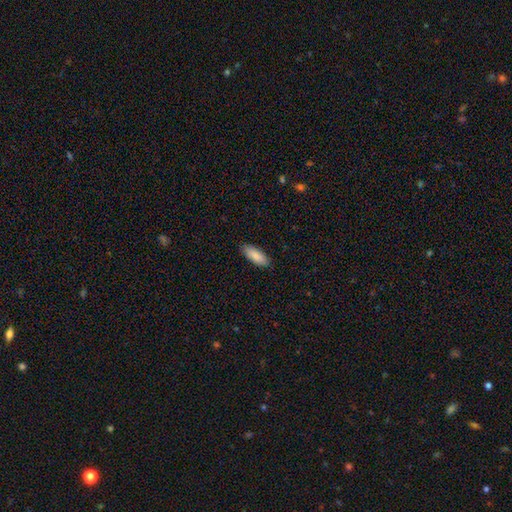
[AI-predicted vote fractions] Smooth or featured: smooth — 88% (featured or disk — 6%)
How rounded: in between — 68% (cigar-shaped — 30%)
Merging: none — 88% (minor disturbance — 9%)